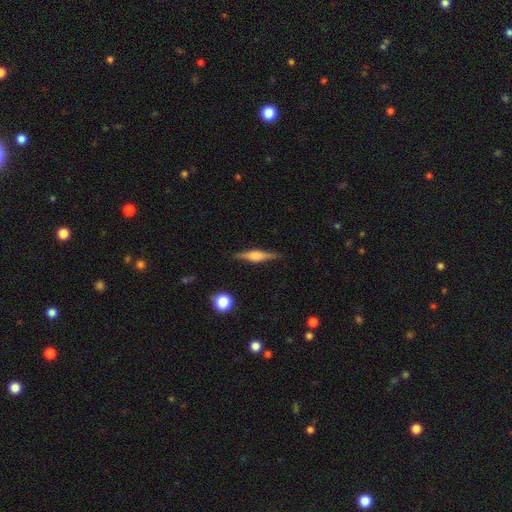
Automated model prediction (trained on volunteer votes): Overall: featured or disk (69%). Edge-on disk: yes (97%). Edge-on bulge: rounded (76%). Merging: none (88%).